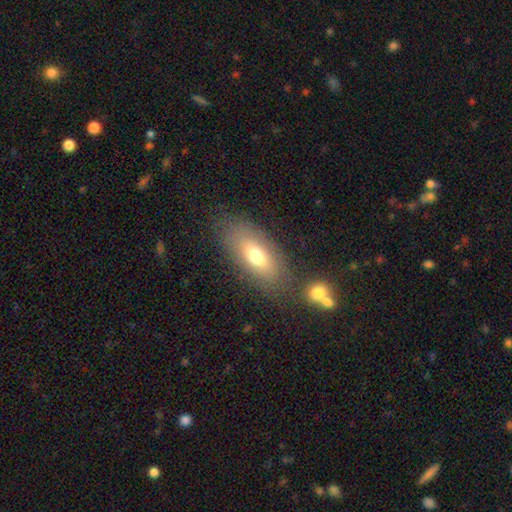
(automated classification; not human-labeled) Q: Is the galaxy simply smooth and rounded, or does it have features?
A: smooth — 69%.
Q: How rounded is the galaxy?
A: in between — 82%.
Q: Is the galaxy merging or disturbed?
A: none — 77%.